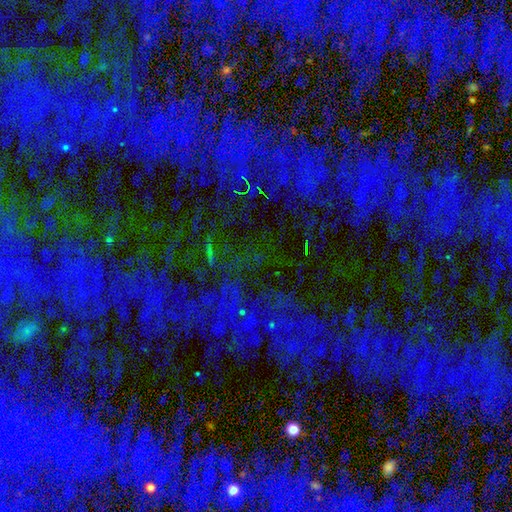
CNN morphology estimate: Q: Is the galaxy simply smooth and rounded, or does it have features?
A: star or artifact — 78%.